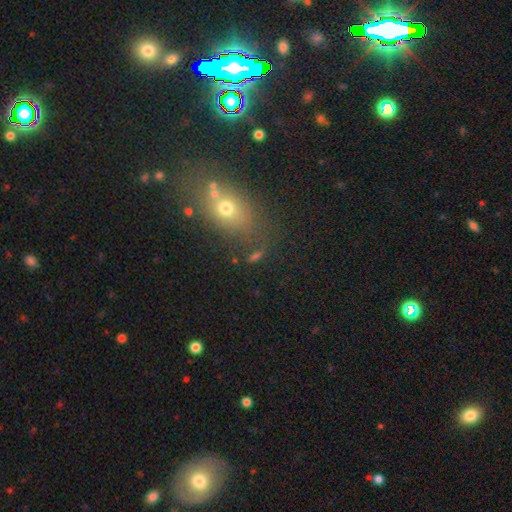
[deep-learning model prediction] Q: Smooth or featured?
A: smooth (55%); runner-up: star or artifact (27%)
Q: How rounded?
A: in between (60%); runner-up: round (33%)
Q: Merging?
A: none (60%); runner-up: merger (16%)